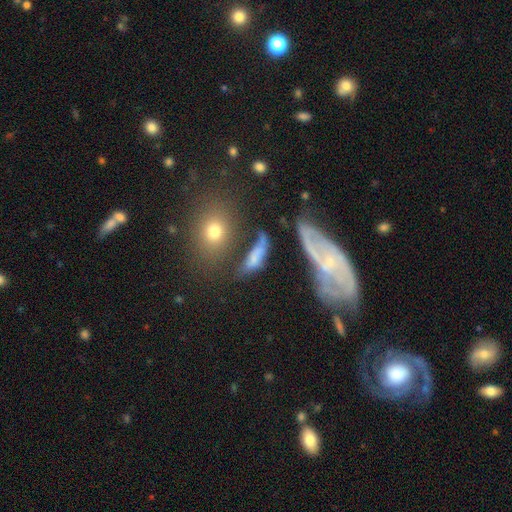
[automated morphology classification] The model was most divided on "smooth or featured": smooth: 49%, featured or disk: 36%, star or artifact: 14%. Remaining: merging — none (37%).